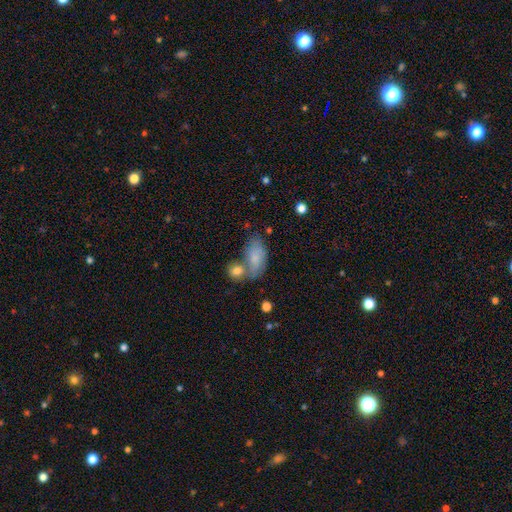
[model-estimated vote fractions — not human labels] A smooth galaxy with no disk features (77%) that is in between round and cigar-shaped (90%).

Vote fractions:
- Smooth or featured? smooth: 77% / featured or disk: 16% / star or artifact: 7%
- How rounded? in between: 90% / cigar-shaped: 5% / round: 5%
- Merging? none: 38% / merger: 34% / minor disturbance: 19% / major disturbance: 9%